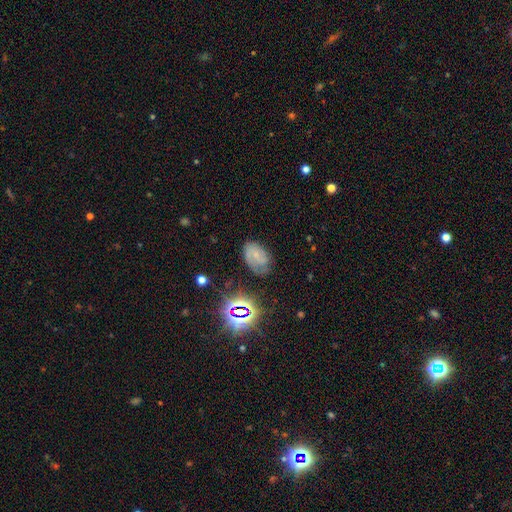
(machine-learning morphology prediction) This is possibly a featured or disk galaxy (48%). Merging: likely none (66%).